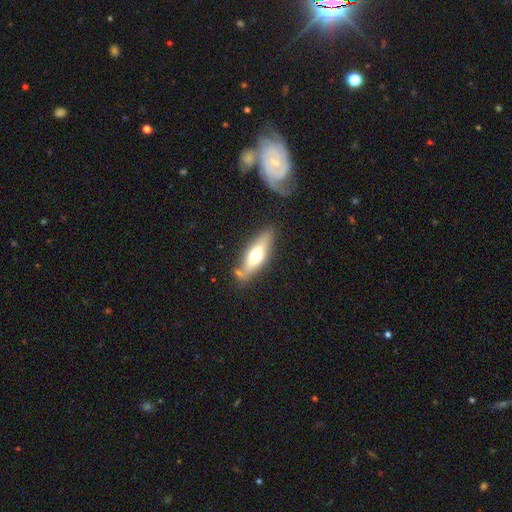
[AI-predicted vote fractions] Overall: smooth (50%; featured or disk 43%). How rounded: in between (51%; cigar-shaped 46%). Merging: none (73%).